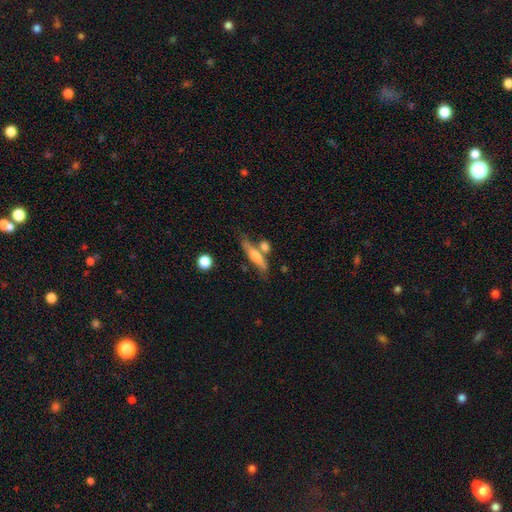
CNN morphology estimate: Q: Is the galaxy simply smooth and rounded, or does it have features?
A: smooth — 54%.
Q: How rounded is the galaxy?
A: cigar-shaped — 74%.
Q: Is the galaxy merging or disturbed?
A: none — 55%.